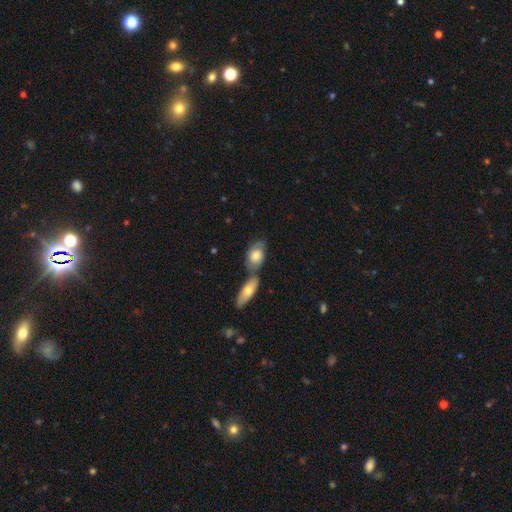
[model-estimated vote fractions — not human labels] Smooth or featured?
  - smooth: 48% *
  - featured or disk: 46%
  - star or artifact: 6%
Merging?
  - merger: 44% *
  - none: 37%
  - minor disturbance: 13%
  - major disturbance: 6%